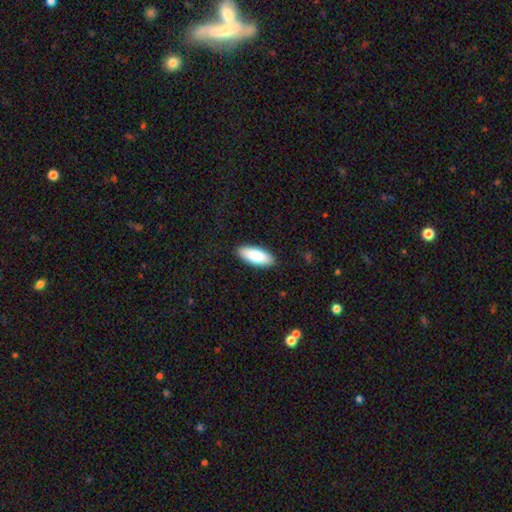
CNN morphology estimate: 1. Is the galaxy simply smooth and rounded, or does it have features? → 85% smooth, 10% featured or disk, 6% star or artifact.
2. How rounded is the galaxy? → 79% in between, 19% cigar-shaped, 2% round.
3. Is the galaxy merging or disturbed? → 90% none, 8% minor disturbance, 2% major disturbance, 1% merger.